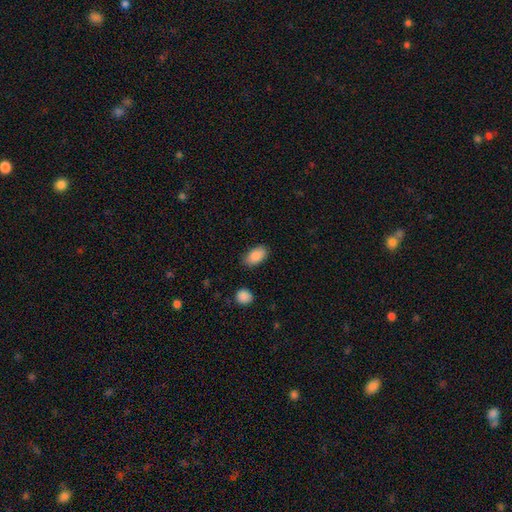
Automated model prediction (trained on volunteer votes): This appears to be a smooth galaxy with no disk features (88%) that is in between round and cigar-shaped (93%). Merging: none (80%).